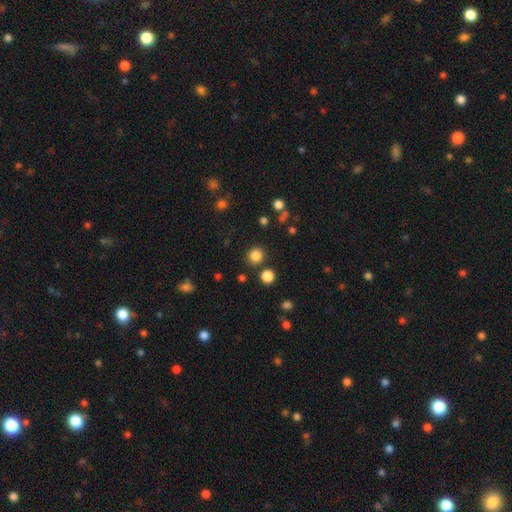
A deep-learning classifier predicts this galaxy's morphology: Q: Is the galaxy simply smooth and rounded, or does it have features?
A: smooth — 83%.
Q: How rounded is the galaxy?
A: round — 90%.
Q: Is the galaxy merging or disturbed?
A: none — 86%.